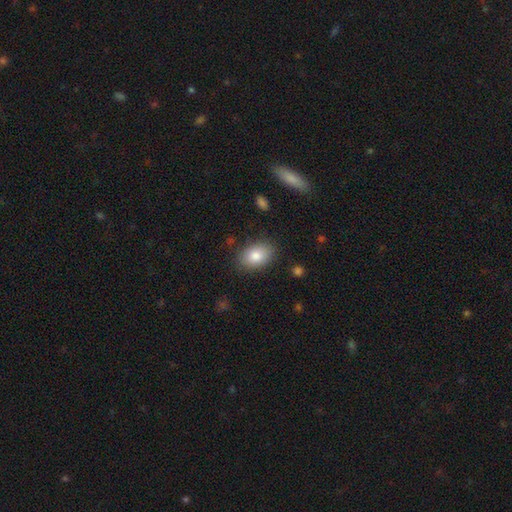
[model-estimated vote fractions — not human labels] smooth_or_featured: smooth (p=0.83) [alt: featured or disk p=0.09]
how_rounded: in between (p=0.87) [alt: round p=0.12]
merging: none (p=0.83) [alt: minor disturbance p=0.12]